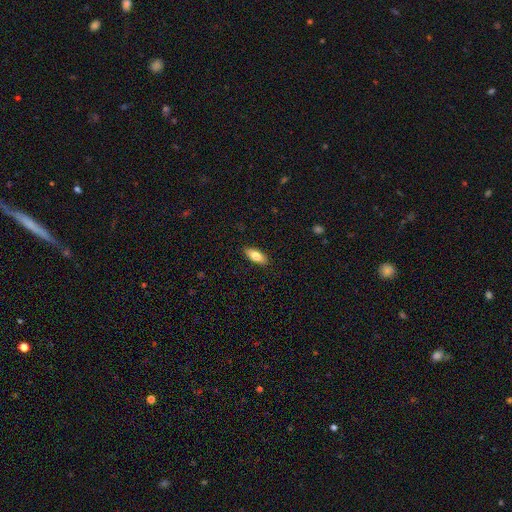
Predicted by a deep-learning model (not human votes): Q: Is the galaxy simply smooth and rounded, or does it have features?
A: smooth — 76%.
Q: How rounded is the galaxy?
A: in between — 77%.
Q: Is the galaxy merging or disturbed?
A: none — 89%.